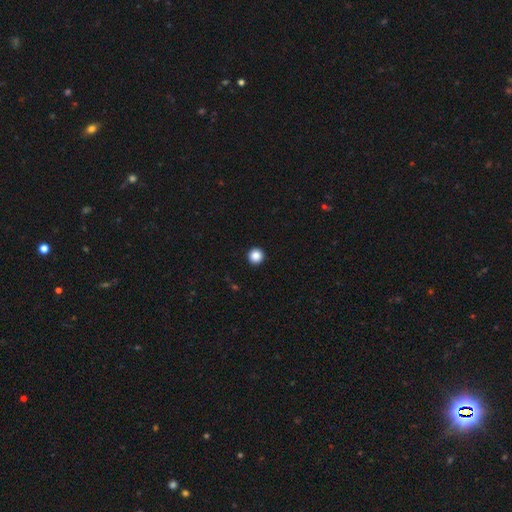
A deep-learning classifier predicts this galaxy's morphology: smooth 87%, star or artifact 10%, featured or disk 3%. Down the decision tree: how rounded — round (96%); merging — none (94%).